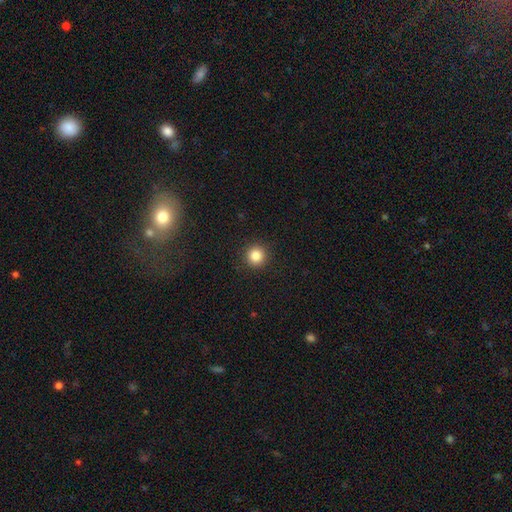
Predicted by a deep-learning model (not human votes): Overall: smooth (85%). How rounded: round (95%). Merging: none (92%).